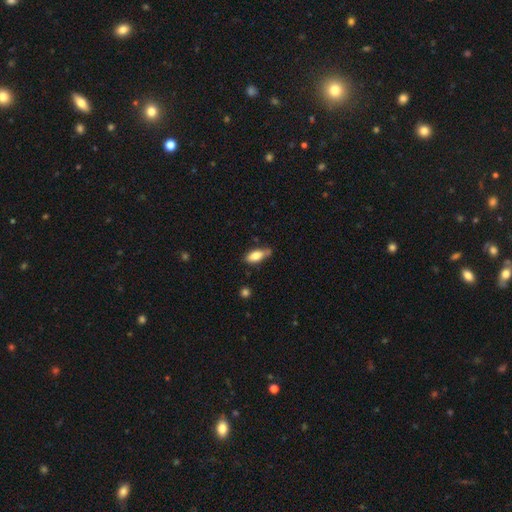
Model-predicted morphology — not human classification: A smooth galaxy with no disk features (78%) that is in between round and cigar-shaped (81%).

Vote fractions:
- Smooth or featured? smooth: 78% / featured or disk: 15% / star or artifact: 7%
- How rounded? in between: 81% / cigar-shaped: 17% / round: 3%
- Merging? none: 63% / minor disturbance: 25% / merger: 7% / major disturbance: 5%